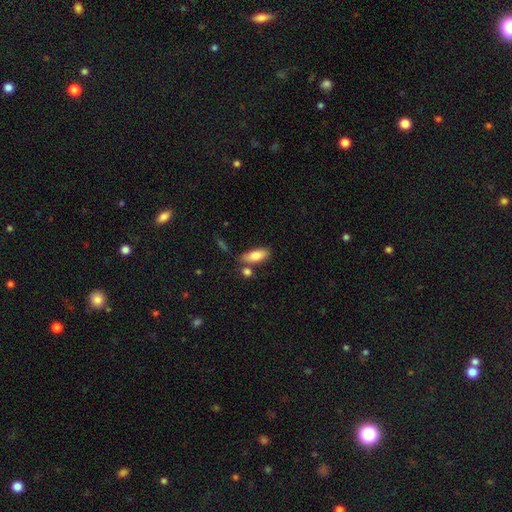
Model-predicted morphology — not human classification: type=smooth (80%); roundness=in between (78%); merging=none (70%).